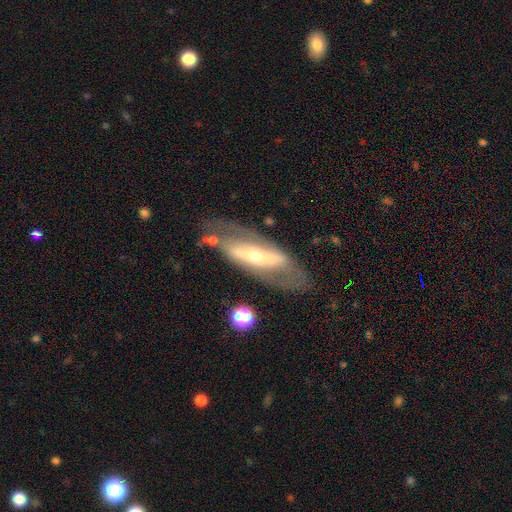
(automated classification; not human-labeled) Overall: featured or disk (76%). Edge-on disk: no (78%). Bar: strong (58%; no 23%). Spiral arms: yes (63%; no 37%). Bulge size: small (51%; moderate 42%). Merging: none (66%).